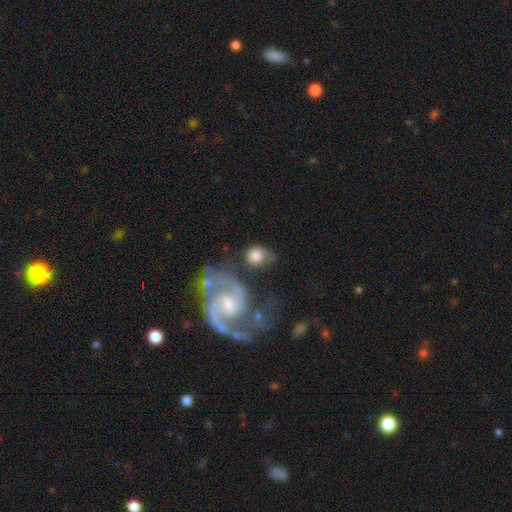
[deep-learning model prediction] Smooth or featured? Predicted: smooth (p=0.64). How rounded? Predicted: round (p=0.73). Merging? Predicted: none (p=0.51).